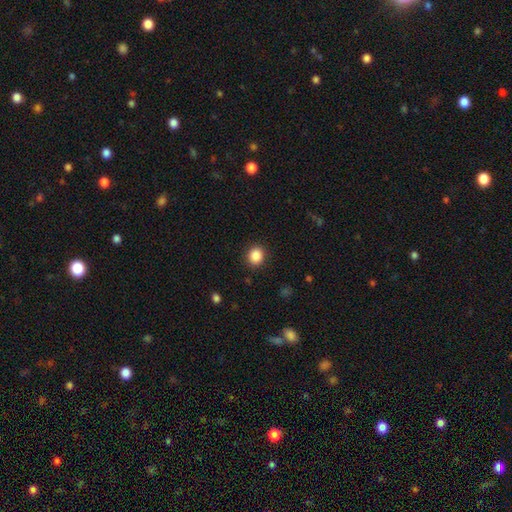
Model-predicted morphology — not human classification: A smooth galaxy with no disk features (87%) that is round (80%).

Vote fractions:
- Smooth or featured? smooth: 87% / star or artifact: 10% / featured or disk: 4%
- How rounded? round: 80% / in between: 19% / cigar-shaped: 1%
- Merging? none: 90% / minor disturbance: 6% / major disturbance: 2% / merger: 1%